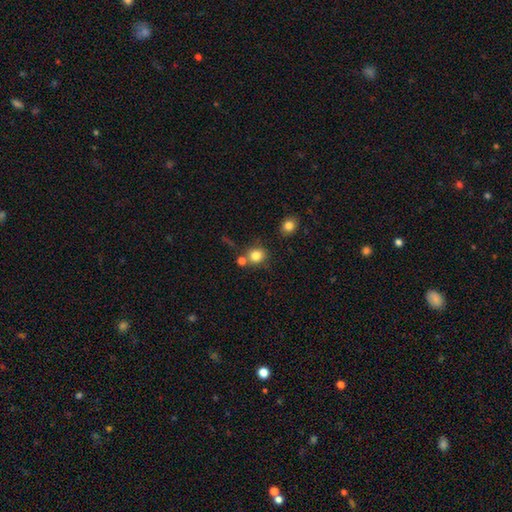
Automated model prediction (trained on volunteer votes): Overall: smooth (82%). How rounded: round (82%). Merging: none (69%).